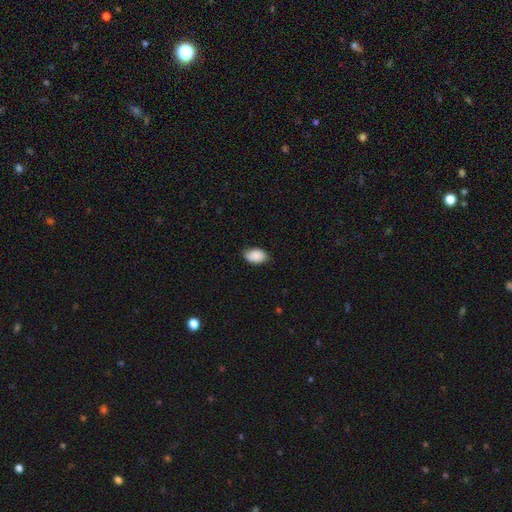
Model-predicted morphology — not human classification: type=smooth (89%); roundness=in between (90%); merging=none (79%).